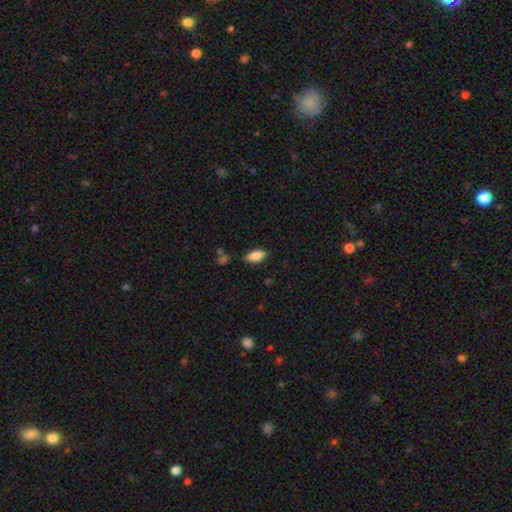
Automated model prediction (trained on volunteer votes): This appears to be a smooth galaxy with no disk features (83%) that is in between round and cigar-shaped (88%). Merging: none (81%).